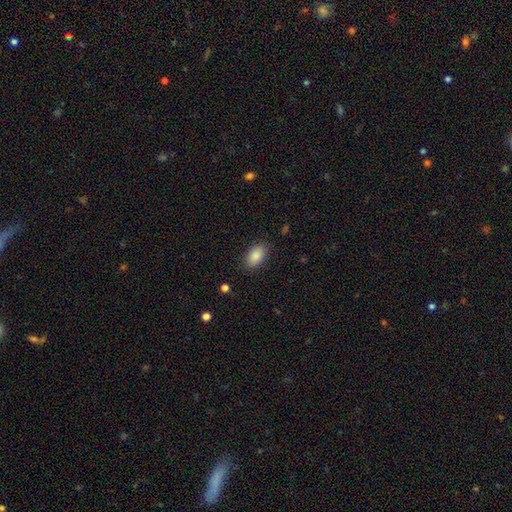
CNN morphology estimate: Smooth or featured: smooth — 87% (star or artifact — 7%)
How rounded: in between — 92% (round — 6%)
Merging: none — 86% (minor disturbance — 11%)